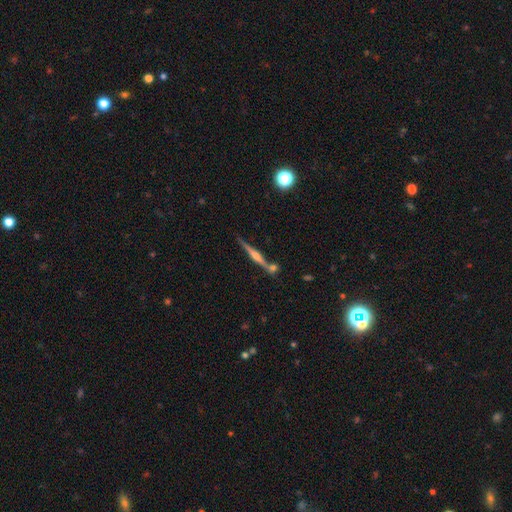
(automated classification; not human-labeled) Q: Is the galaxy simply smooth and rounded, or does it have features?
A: featured or disk — 78%.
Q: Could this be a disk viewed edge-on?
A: yes — 98%.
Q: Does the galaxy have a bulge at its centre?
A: rounded — 79%.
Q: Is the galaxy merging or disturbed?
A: none — 78%.